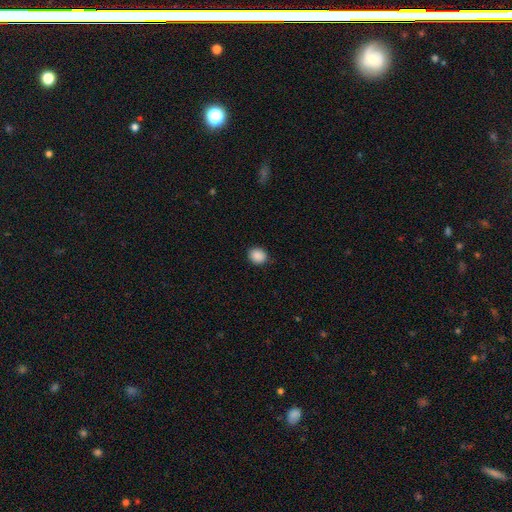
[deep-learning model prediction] Overall: smooth (89%). How rounded: round (62%; in between 37%). Merging: none (88%).